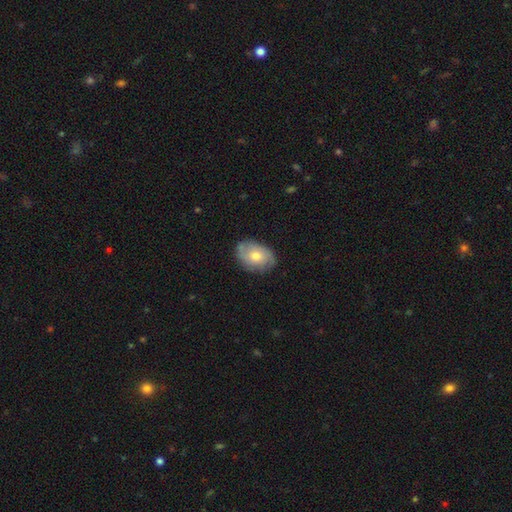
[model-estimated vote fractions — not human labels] Overall: smooth (55%; featured or disk 39%). How rounded: in between (81%). Merging: none (76%).